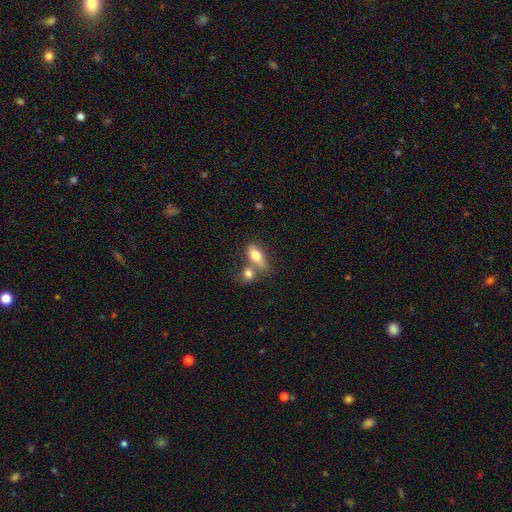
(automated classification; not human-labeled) The model was most divided on "merging": merger: 48%, none: 36%, minor disturbance: 11%, major disturbance: 5%. More confident: how rounded — in between (81%); smooth or featured — smooth (76%).